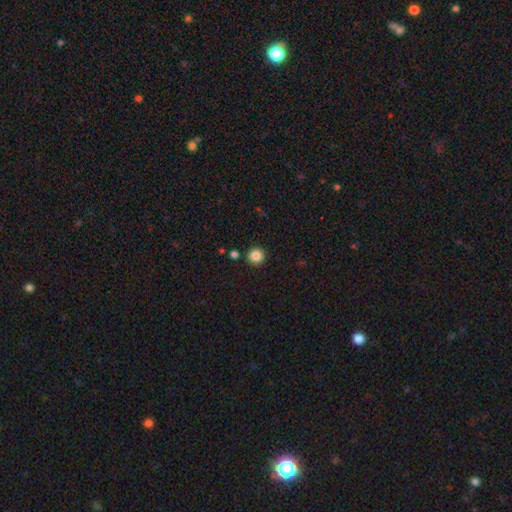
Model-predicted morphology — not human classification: smooth 84%, star or artifact 11%, featured or disk 5%. Down the decision tree: how rounded — round (96%); merging — none (91%).